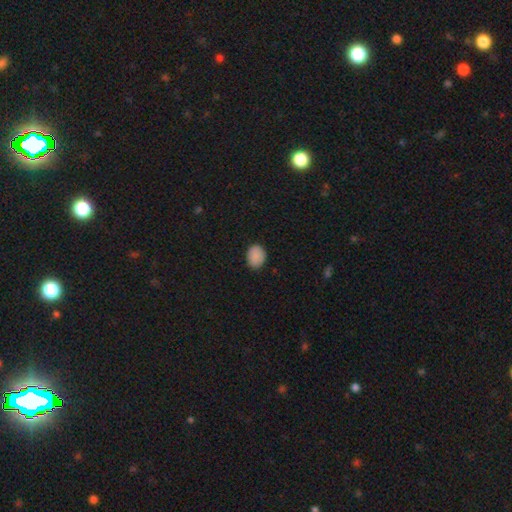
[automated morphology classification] A smooth galaxy with no disk features (88%) that is in between round and cigar-shaped (61%).

Vote fractions:
- Smooth or featured? smooth: 88% / star or artifact: 8% / featured or disk: 3%
- How rounded? in between: 61% / round: 38% / cigar-shaped: 1%
- Merging? none: 86% / minor disturbance: 11% / major disturbance: 2% / merger: 1%